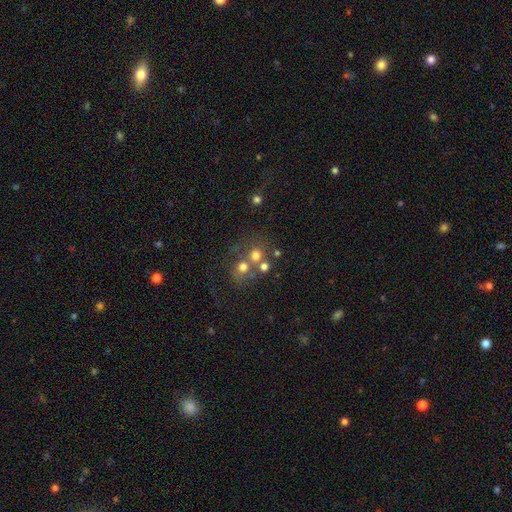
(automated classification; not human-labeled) smooth-or-featured: smooth: 63% | star or artifact: 19% | featured or disk: 18%
  how-rounded: round: 86% | in between: 13% | cigar-shaped: 1%
  merging: none: 46% | merger: 41% | minor disturbance: 8% | major disturbance: 6%